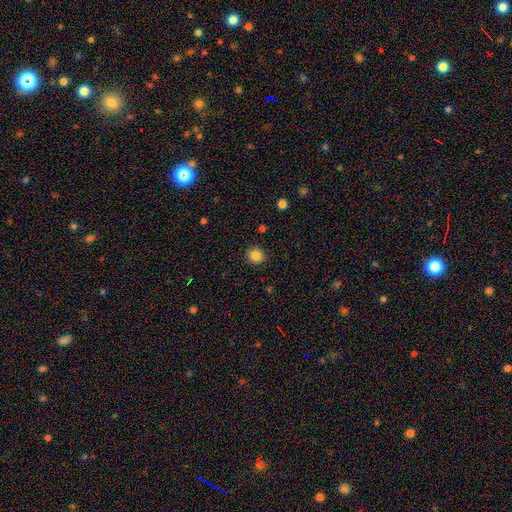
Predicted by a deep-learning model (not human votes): This is clearly a smooth galaxy (85%). How rounded: clearly round (91%). Merging: clearly none (91%).